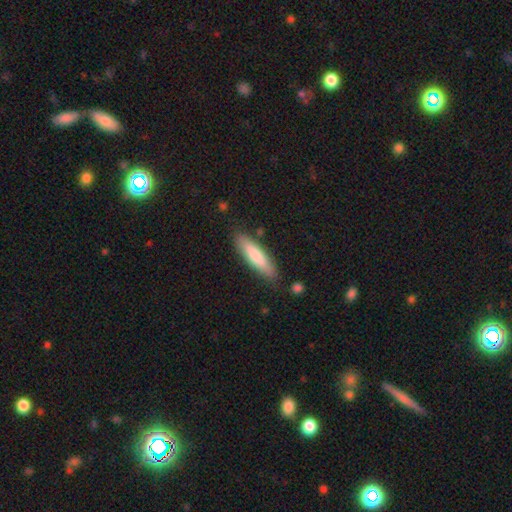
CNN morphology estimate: This appears to be a smooth galaxy with no disk features (79%) that is cigar-shaped (74%). Merging: none (85%).